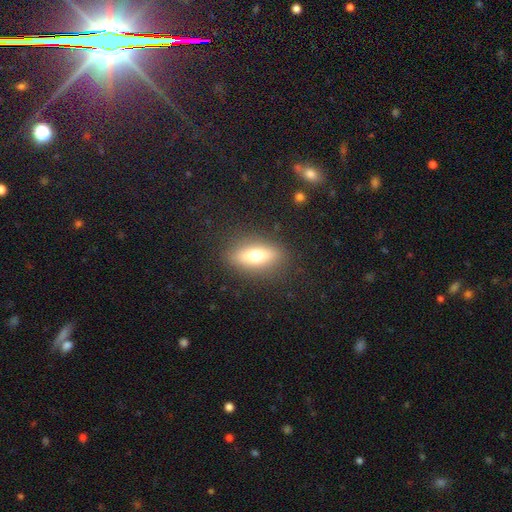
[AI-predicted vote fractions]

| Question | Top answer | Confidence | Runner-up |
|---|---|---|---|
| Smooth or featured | smooth | 62% | featured or disk (29%) |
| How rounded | in between | 67% | cigar-shaped (27%) |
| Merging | none | 86% | minor disturbance (9%) |